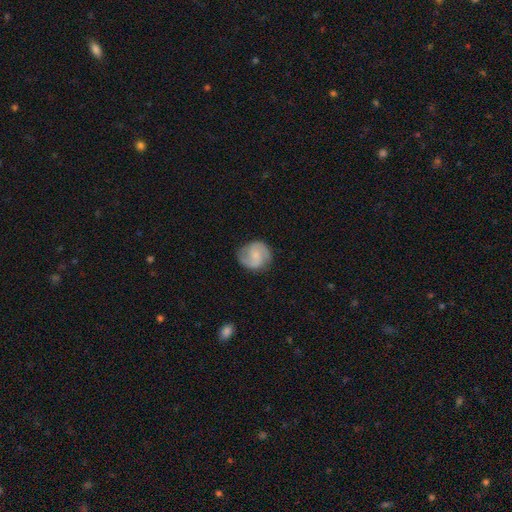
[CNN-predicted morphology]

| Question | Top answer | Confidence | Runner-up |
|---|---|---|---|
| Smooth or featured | featured or disk | 67% | smooth (27%) |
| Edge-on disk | no | 98% | yes (2%) |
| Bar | no | 47% | weak (44%) |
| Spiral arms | yes | 94% | no (6%) |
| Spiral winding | medium | 51% | tight (27%) |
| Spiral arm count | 2 | 88% | can't tell (5%) |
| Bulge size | small | 48% | moderate (27%) |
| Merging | none | 82% | minor disturbance (13%) |